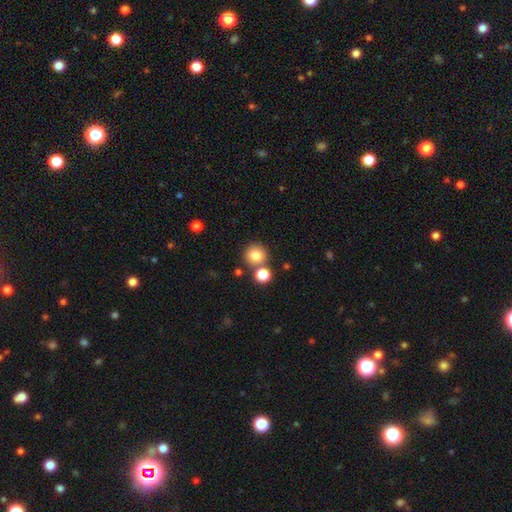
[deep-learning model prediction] Q: Smooth or featured?
A: smooth (81%); runner-up: star or artifact (12%)
Q: How rounded?
A: round (93%); runner-up: in between (6%)
Q: Merging?
A: none (72%); runner-up: merger (17%)